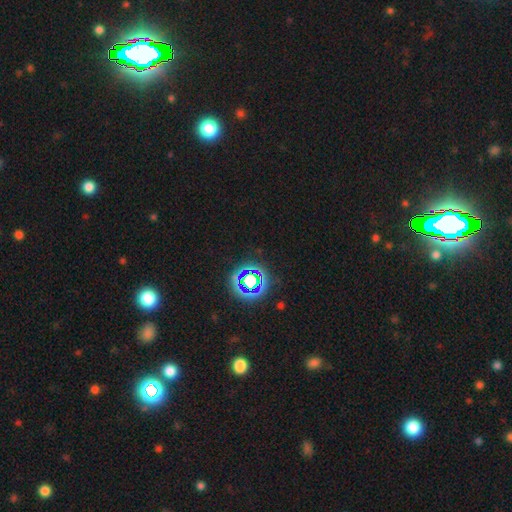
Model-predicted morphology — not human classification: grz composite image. It shows a star or artifact, not a galaxy (79%).